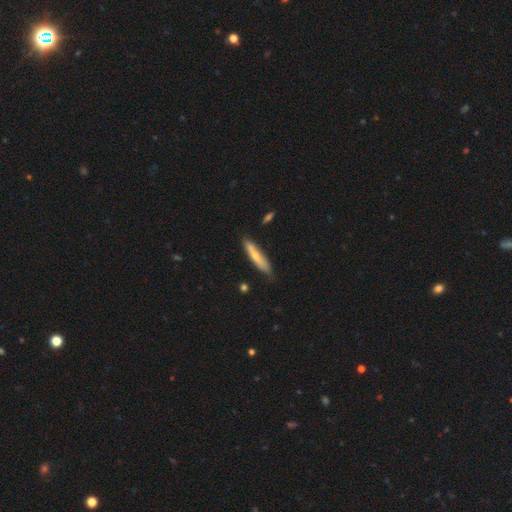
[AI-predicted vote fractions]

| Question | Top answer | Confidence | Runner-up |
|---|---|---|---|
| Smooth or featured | smooth | 59% | featured or disk (36%) |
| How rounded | cigar-shaped | 84% | in between (14%) |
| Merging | none | 75% | minor disturbance (18%) |